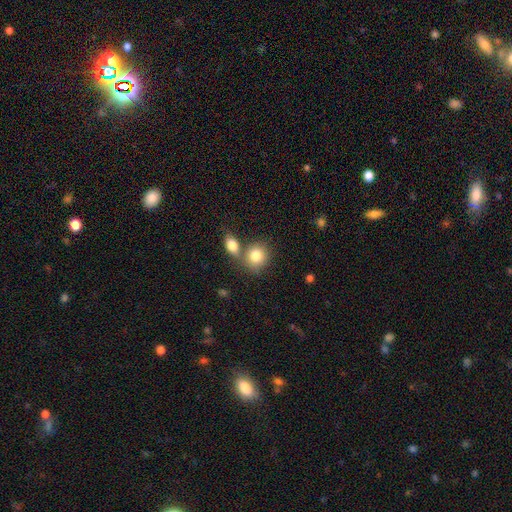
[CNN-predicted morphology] type=smooth (82%); roundness=round (74%); merging=none (51%).